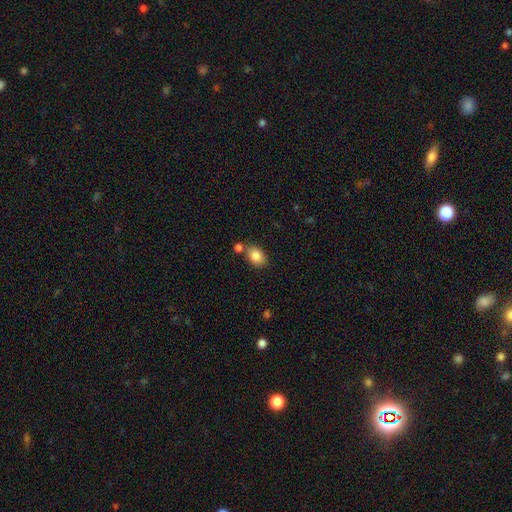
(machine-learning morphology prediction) Smooth or featured?
  - smooth: 85% *
  - star or artifact: 8%
  - featured or disk: 7%
How rounded?
  - in between: 75% *
  - round: 24%
  - cigar-shaped: 1%
Merging?
  - none: 67% *
  - merger: 17%
  - minor disturbance: 13%
  - major disturbance: 3%